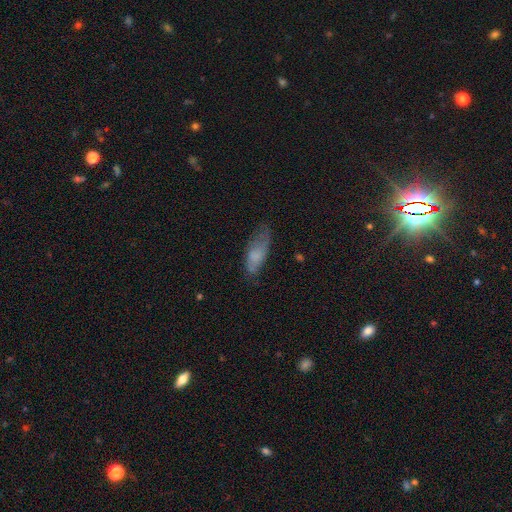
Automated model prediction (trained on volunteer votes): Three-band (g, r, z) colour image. It shows a smooth galaxy with no disk features (68%) that is in between round and cigar-shaped (68%). Merging: none (50%).